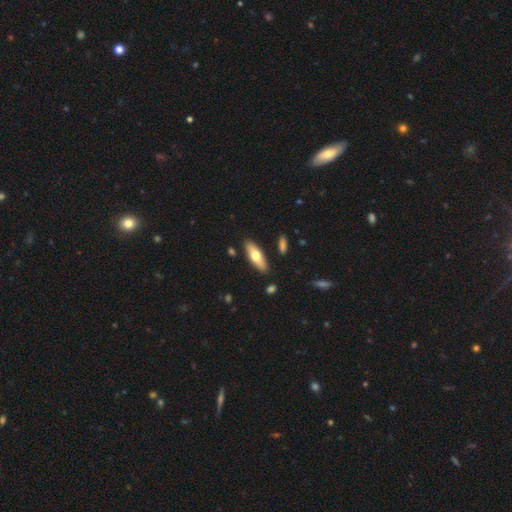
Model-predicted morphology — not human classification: smooth_or_featured: smooth (p=0.61) [alt: featured or disk p=0.34]
how_rounded: in between (p=0.58) [alt: cigar-shaped p=0.40]
merging: none (p=0.87) [alt: minor disturbance p=0.09]